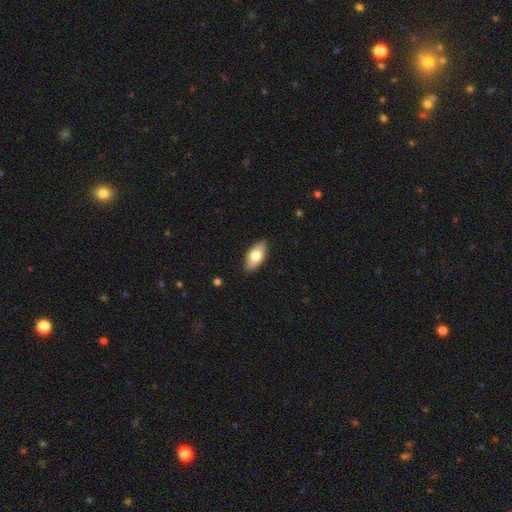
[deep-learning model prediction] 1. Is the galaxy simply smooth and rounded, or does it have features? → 76% smooth, 18% featured or disk, 6% star or artifact.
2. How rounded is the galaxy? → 90% in between, 7% cigar-shaped, 3% round.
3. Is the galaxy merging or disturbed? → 88% none, 9% minor disturbance, 2% major disturbance, 1% merger.